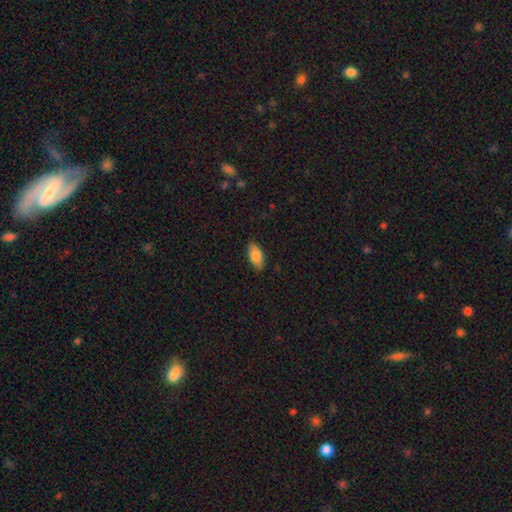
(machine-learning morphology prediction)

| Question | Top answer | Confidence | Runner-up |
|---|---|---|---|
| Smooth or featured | smooth | 82% | featured or disk (11%) |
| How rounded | in between | 90% | cigar-shaped (7%) |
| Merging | none | 86% | minor disturbance (11%) |